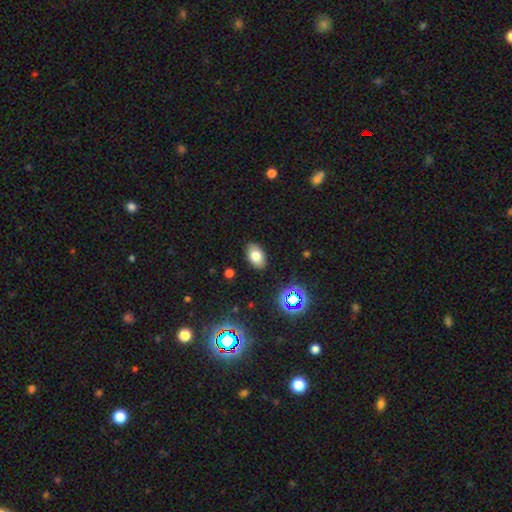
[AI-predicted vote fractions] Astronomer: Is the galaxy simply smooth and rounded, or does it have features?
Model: smooth — 75%.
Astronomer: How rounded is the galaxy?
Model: in between — 90%.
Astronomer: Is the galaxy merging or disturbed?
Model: none — 87%.